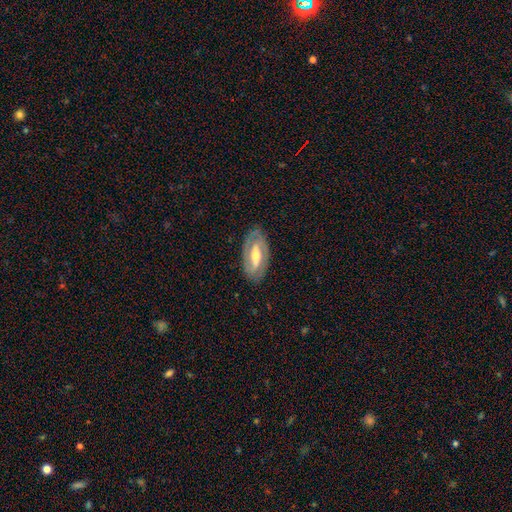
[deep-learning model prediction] smooth-or-featured: featured or disk: 76% | smooth: 19% | star or artifact: 5%
  disk-edge-on: no: 91% | yes: 9%
    bar: strong: 49% | weak: 35% | no: 16%
    has-spiral-arms: yes: 77% | no: 23%
      spiral-winding: tight: 45% | medium: 40% | loose: 15%
      spiral-arm-count: 2: 82% | can't tell: 11% | 1: 4% | 3: 1% | 4: 1% | more than 4: 1%
    bulge-size: moderate: 64% | small: 24% | large: 9% | none: 1% | dominant: 1%
  merging: none: 83% | minor disturbance: 12% | major disturbance: 4% | merger: 1%